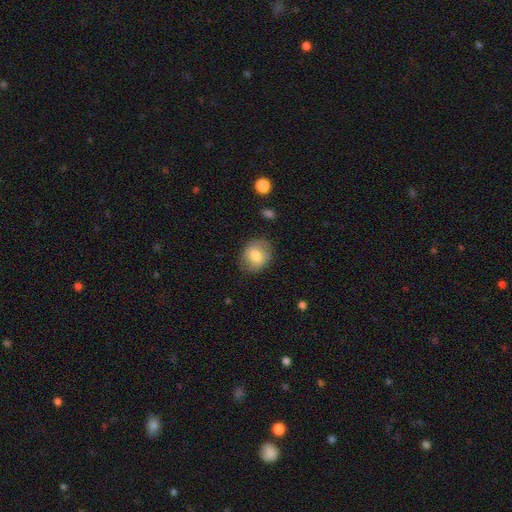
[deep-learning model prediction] A smooth galaxy with no disk features (73%) that is round (60%). Merging: none (78%).